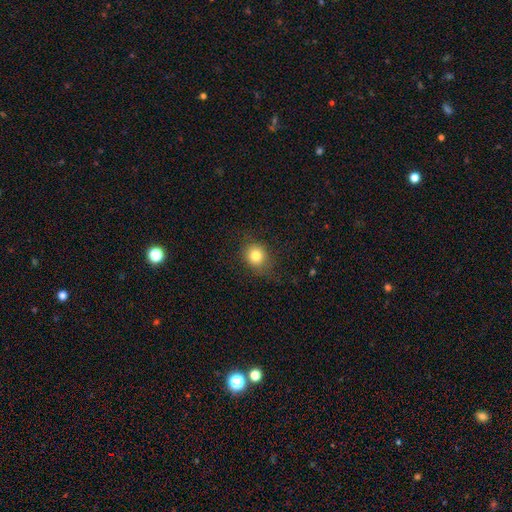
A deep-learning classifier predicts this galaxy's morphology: type=smooth (80%); roundness=round (77%); merging=none (79%).